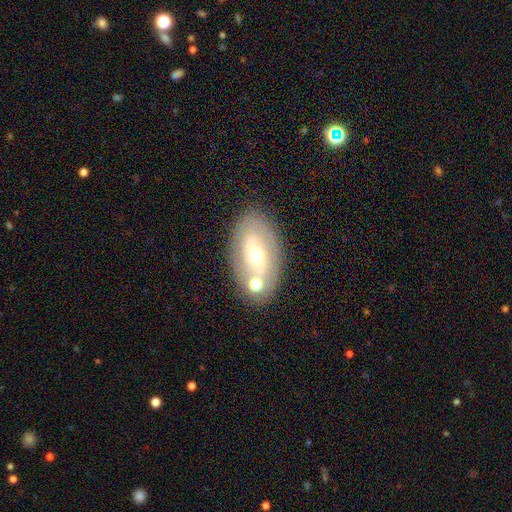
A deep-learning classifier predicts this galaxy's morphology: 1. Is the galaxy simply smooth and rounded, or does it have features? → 60% featured or disk, 32% smooth, 8% star or artifact.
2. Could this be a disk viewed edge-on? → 90% no, 10% yes.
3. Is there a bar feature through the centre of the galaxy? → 53% no, 31% weak, 16% strong.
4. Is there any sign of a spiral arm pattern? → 54% no, 46% yes.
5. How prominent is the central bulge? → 64% moderate, 29% small, 5% large, 1% dominant, 1% none.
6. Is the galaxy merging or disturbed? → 70% none, 14% minor disturbance, 12% merger, 4% major disturbance.